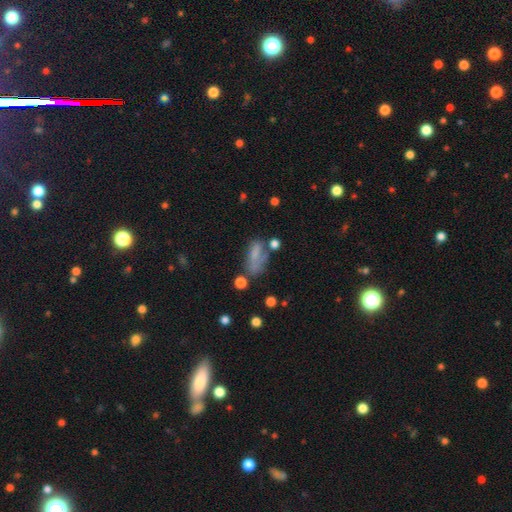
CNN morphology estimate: Q: Smooth or featured?
A: smooth (62%); runner-up: featured or disk (24%)
Q: How rounded?
A: in between (73%); runner-up: cigar-shaped (21%)
Q: Merging?
A: none (35%); runner-up: minor disturbance (26%)